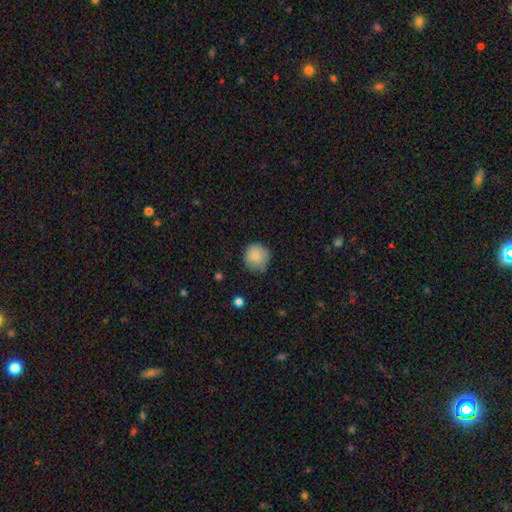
This is clearly a smooth galaxy (95%). How rounded: clearly round (94%). Merging: likely none (73%).